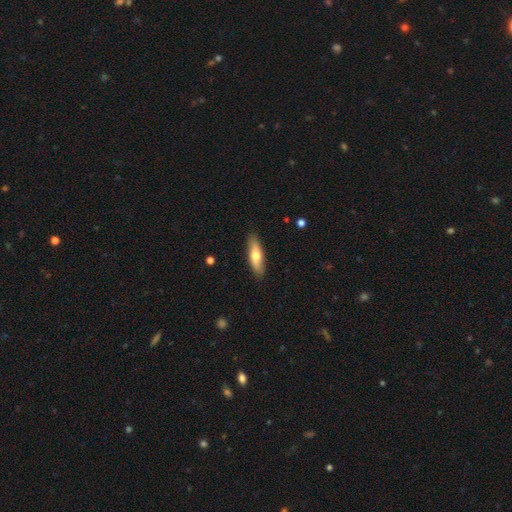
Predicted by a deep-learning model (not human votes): Smooth or featured? Predicted: smooth (p=0.62). How rounded? Predicted: cigar-shaped (p=0.53). Merging? Predicted: none (p=0.88).